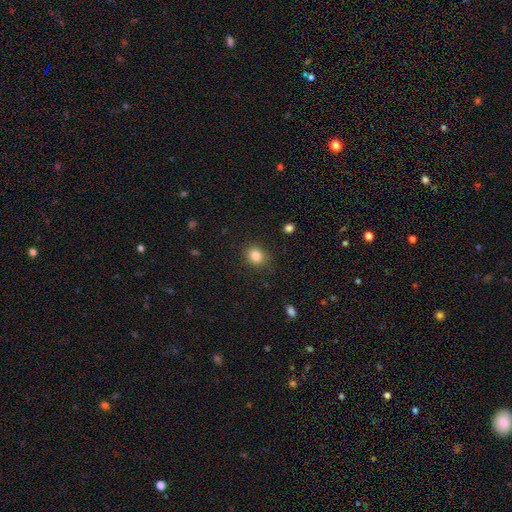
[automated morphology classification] This is clearly a smooth galaxy (83%). How rounded: likely round (64%). Merging: clearly none (84%).